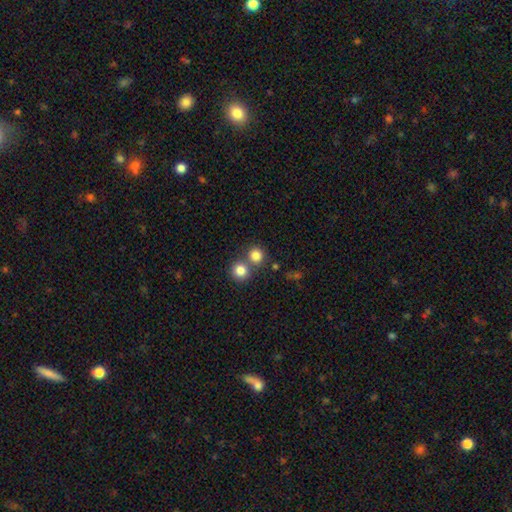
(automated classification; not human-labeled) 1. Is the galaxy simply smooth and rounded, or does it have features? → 81% smooth, 13% star or artifact, 6% featured or disk.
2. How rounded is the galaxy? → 90% round, 10% in between, 1% cigar-shaped.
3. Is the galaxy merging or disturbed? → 61% none, 30% merger, 6% minor disturbance, 3% major disturbance.